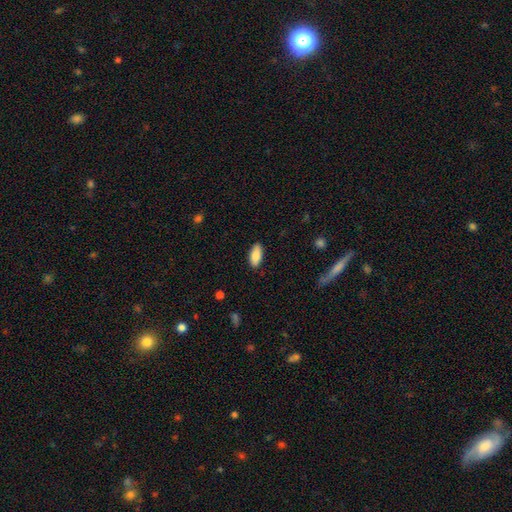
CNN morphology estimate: A smooth galaxy with no disk features (86%) that is in between round and cigar-shaped (87%).

Vote fractions:
- Smooth or featured? smooth: 86% / featured or disk: 8% / star or artifact: 6%
- How rounded? in between: 87% / cigar-shaped: 11% / round: 2%
- Merging? none: 87% / minor disturbance: 10% / major disturbance: 2% / merger: 1%